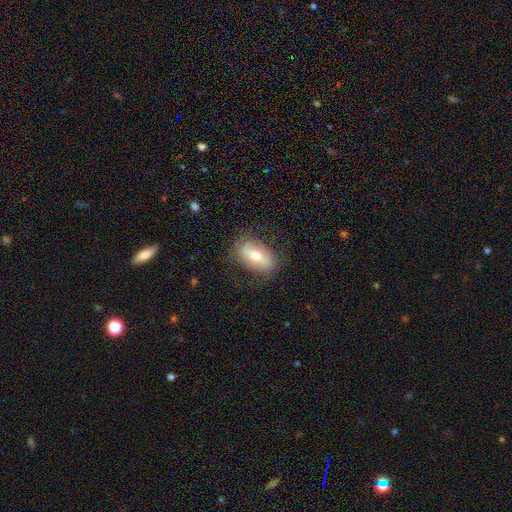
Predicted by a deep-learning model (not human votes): Smooth or featured? Predicted: smooth (p=0.49). Merging? Predicted: none (p=0.77).